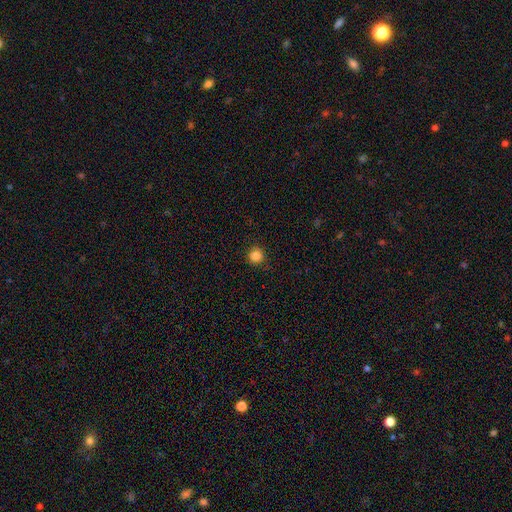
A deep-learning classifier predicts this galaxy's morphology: Q: Smooth or featured?
A: smooth (85%); runner-up: star or artifact (11%)
Q: How rounded?
A: round (94%); runner-up: in between (5%)
Q: Merging?
A: none (90%); runner-up: minor disturbance (7%)